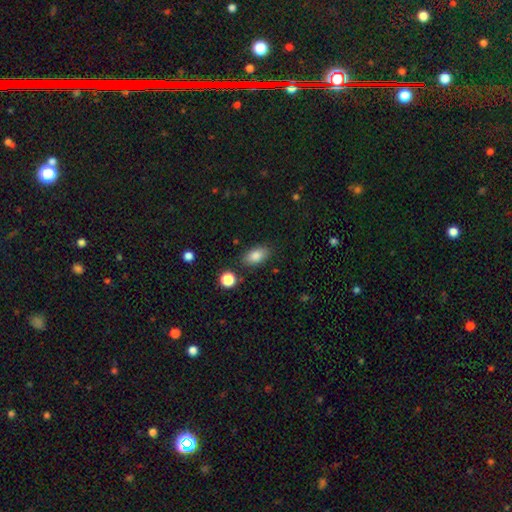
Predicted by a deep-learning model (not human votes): A smooth galaxy with no disk features (85%) that is in between round and cigar-shaped (90%). Merging: none (83%).